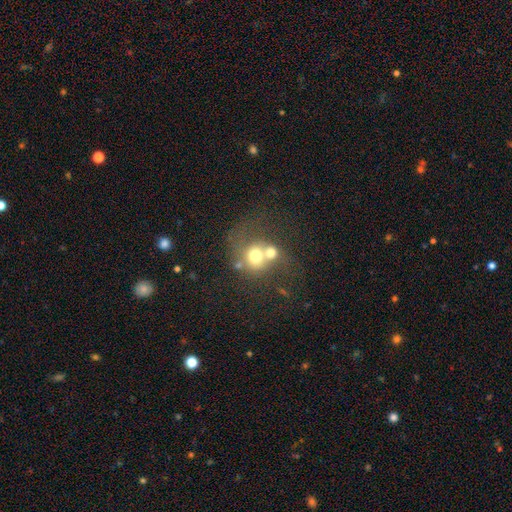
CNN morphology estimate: This appears to be a smooth galaxy with no disk features (61%) that is round (76%). Merging: merger (62%).